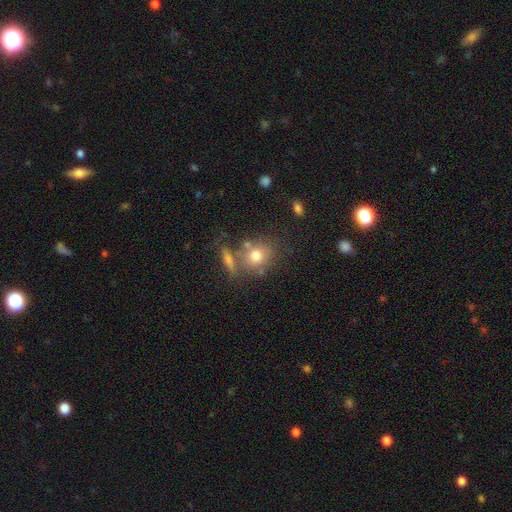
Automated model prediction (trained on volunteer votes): Morphology: type=smooth (73%); roundness=round (67%); merging=none (59%).